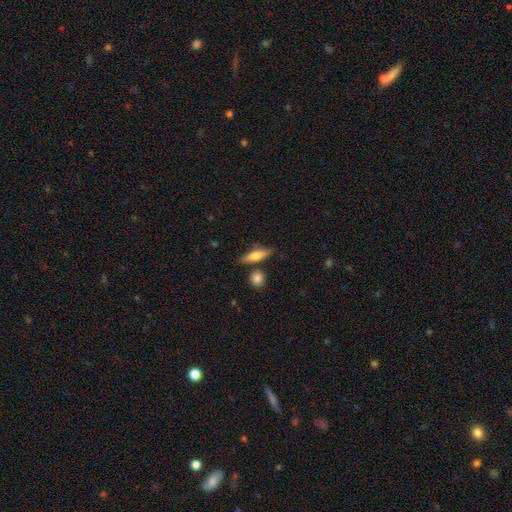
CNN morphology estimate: This appears to be a smooth galaxy with no disk features (56%) that is cigar-shaped (65%). Merging: none (77%).